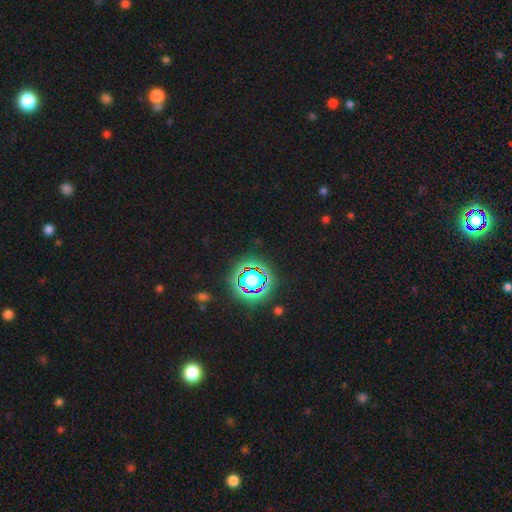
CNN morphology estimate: Smooth or featured? star or artifact (81%)